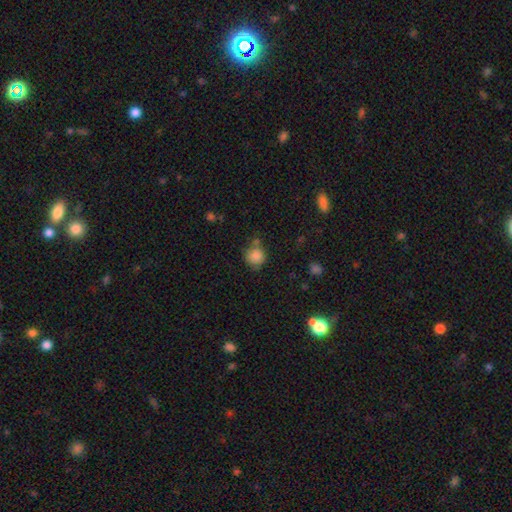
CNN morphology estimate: smooth_or_featured: smooth (p=0.86) [alt: star or artifact p=0.09]
how_rounded: round (p=0.90) [alt: in between p=0.09]
merging: none (p=0.67) [alt: minor disturbance p=0.17]